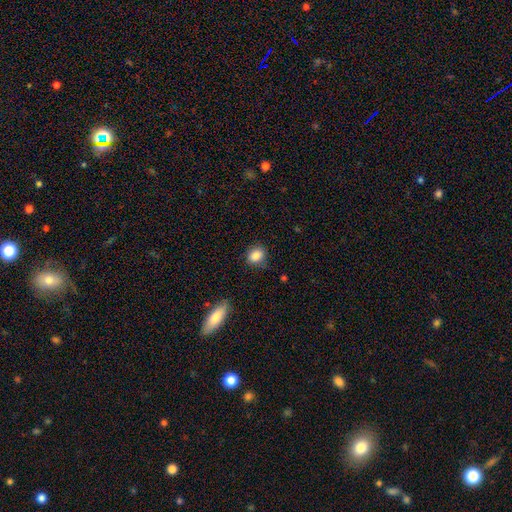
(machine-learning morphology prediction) Smooth or featured? smooth (86%)
How rounded? round (54%)
Merging? none (82%)